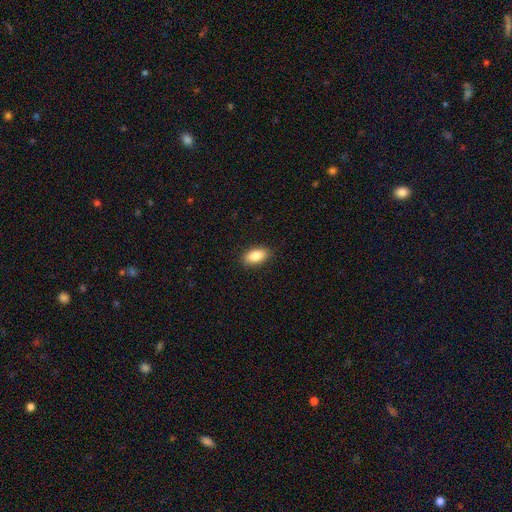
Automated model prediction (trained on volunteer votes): The model was most divided on "merging": none: 88%, minor disturbance: 9%, major disturbance: 2%, merger: 1%. More confident: how rounded — in between (92%); smooth or featured — smooth (87%).